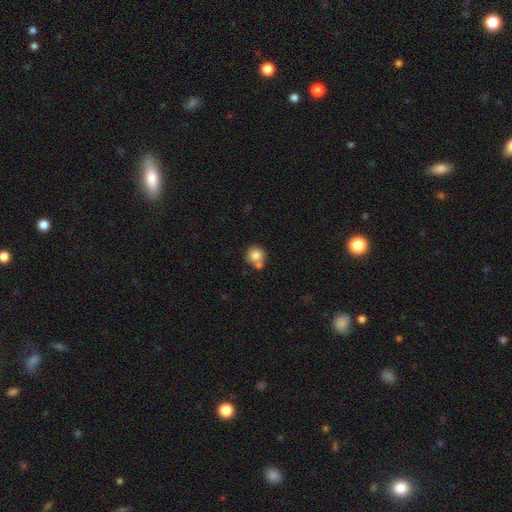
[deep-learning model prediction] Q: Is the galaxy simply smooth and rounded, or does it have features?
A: smooth — 80%.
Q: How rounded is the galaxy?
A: round — 90%.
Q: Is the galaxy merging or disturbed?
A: none — 55%.